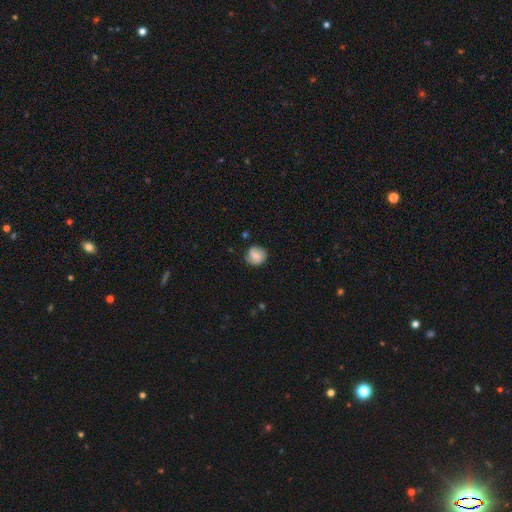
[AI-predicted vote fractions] A smooth galaxy with no disk features (72%) that is round (85%).

Vote fractions:
- Smooth or featured? smooth: 72% / featured or disk: 20% / star or artifact: 8%
- How rounded? round: 85% / in between: 14% / cigar-shaped: 1%
- Merging? none: 72% / minor disturbance: 21% / major disturbance: 6% / merger: 2%